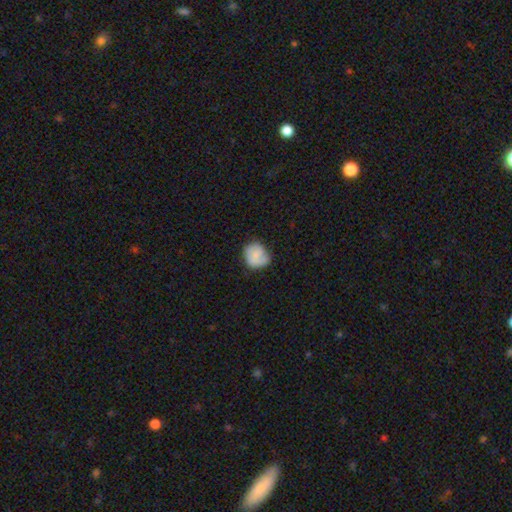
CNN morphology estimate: A smooth galaxy with no disk features (72%) that is round (75%). Merging: none (57%).